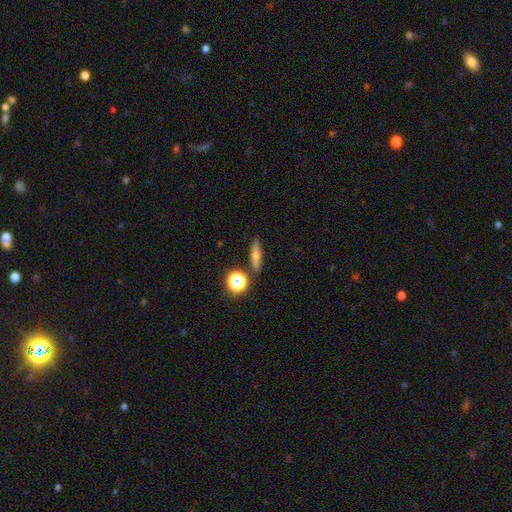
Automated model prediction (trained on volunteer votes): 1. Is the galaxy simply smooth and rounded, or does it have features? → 45% smooth, 37% featured or disk, 17% star or artifact.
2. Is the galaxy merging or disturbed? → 86% none, 8% minor disturbance, 4% merger, 2% major disturbance.